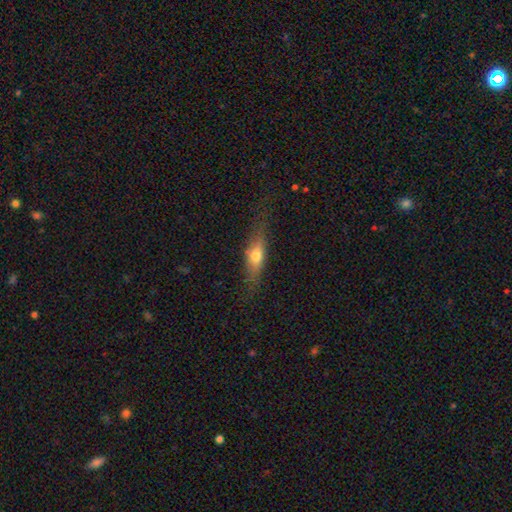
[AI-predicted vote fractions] Smooth or featured?
  - smooth: 59% *
  - featured or disk: 33%
  - star or artifact: 8%
How rounded?
  - in between: 51% *
  - cigar-shaped: 44%
  - round: 5%
Merging?
  - none: 73% *
  - minor disturbance: 18%
  - major disturbance: 8%
  - merger: 1%